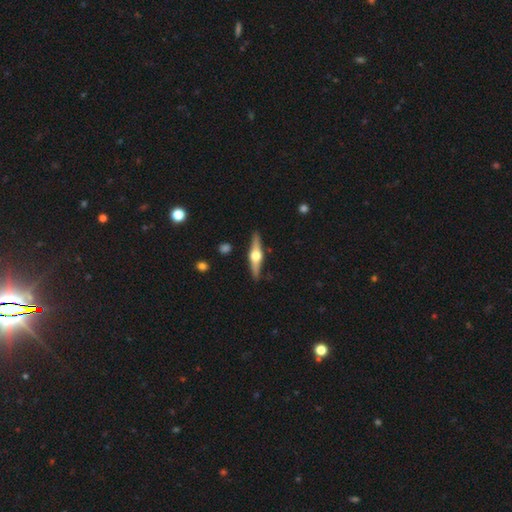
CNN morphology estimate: type=featured or disk (74%); edge-on=yes (97%); edge-on bulge=rounded (96%); merging=none (90%).